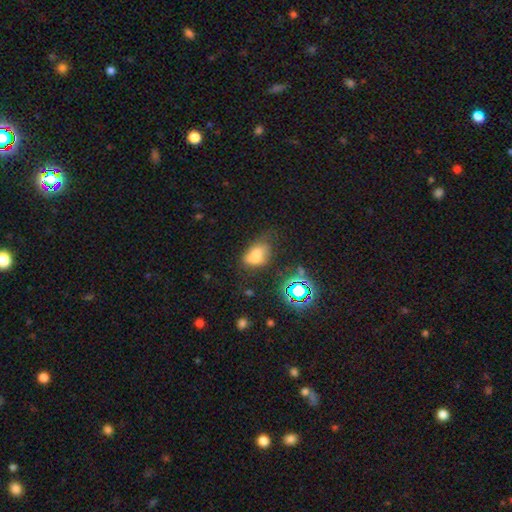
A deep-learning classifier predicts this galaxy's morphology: Q: Smooth or featured?
A: smooth (64%); runner-up: featured or disk (18%)
Q: How rounded?
A: in between (80%); runner-up: round (18%)
Q: Merging?
A: none (36%); runner-up: minor disturbance (29%)